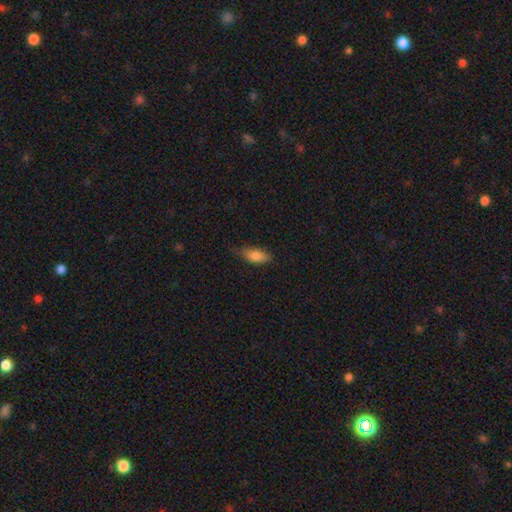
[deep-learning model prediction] Overall: smooth (81%). How rounded: in between (79%). Merging: none (65%; minor disturbance 28%).